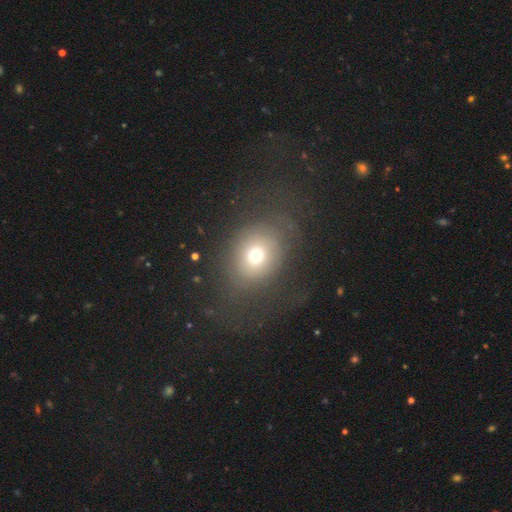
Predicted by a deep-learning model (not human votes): smooth_or_featured: smooth (p=0.67) [alt: featured or disk p=0.17]
how_rounded: round (p=0.61) [alt: in between p=0.38]
merging: none (p=0.63) [alt: major disturbance p=0.21]